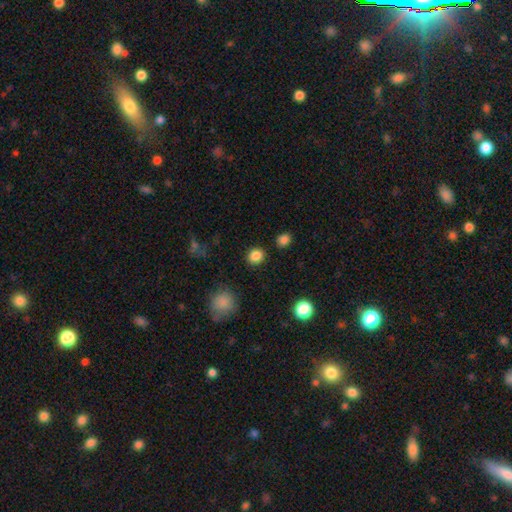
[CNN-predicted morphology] Smooth or featured? Predicted: smooth (p=0.85). How rounded? Predicted: round (p=0.83). Merging? Predicted: none (p=0.89).